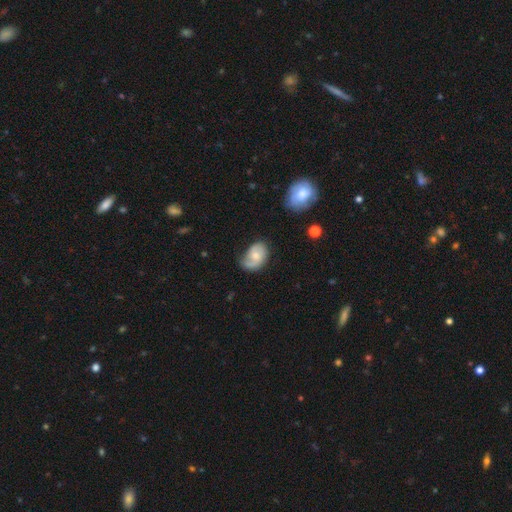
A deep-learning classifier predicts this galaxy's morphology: Smooth or featured? featured or disk (57%)
Edge-on disk? no (97%)
Bar? no (71%)
Spiral arms? yes (84%)
Bulge size? moderate (47%)
Merging? none (51%)